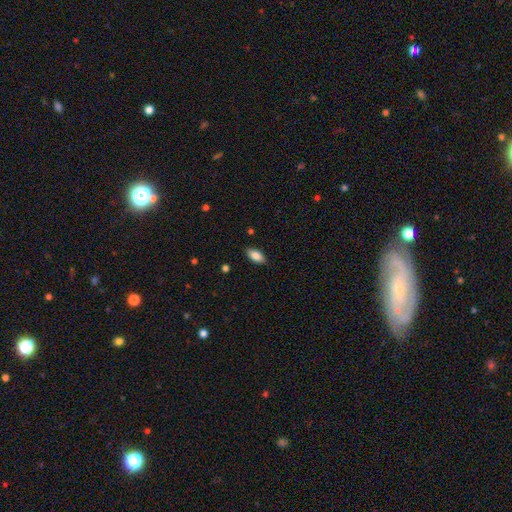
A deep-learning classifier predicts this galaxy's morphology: Smooth or featured?
  - smooth: 83% *
  - featured or disk: 10%
  - star or artifact: 7%
How rounded?
  - in between: 90% *
  - cigar-shaped: 7%
  - round: 2%
Merging?
  - none: 87% *
  - minor disturbance: 10%
  - major disturbance: 2%
  - merger: 1%